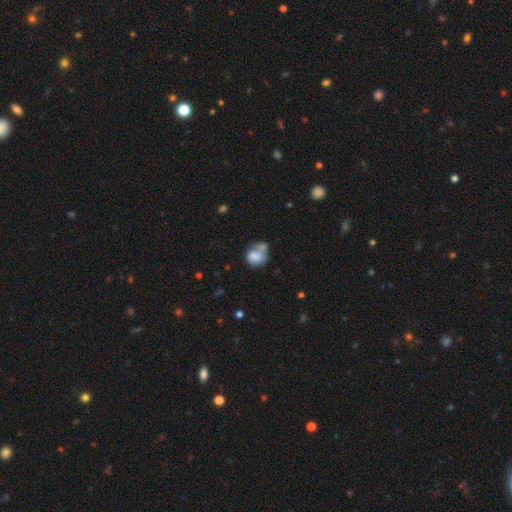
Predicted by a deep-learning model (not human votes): Smooth or featured? Predicted: smooth (p=0.72). How rounded? Predicted: round (p=0.61). Merging? Predicted: merger (p=0.41).